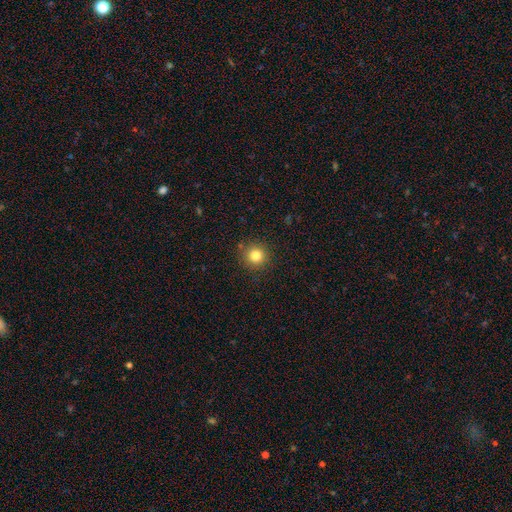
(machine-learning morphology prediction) A smooth galaxy with no disk features (82%) that is round (93%).

Vote fractions:
- Smooth or featured? smooth: 82% / star or artifact: 12% / featured or disk: 6%
- How rounded? round: 93% / in between: 6% / cigar-shaped: 1%
- Merging? none: 88% / minor disturbance: 7% / major disturbance: 2% / merger: 2%